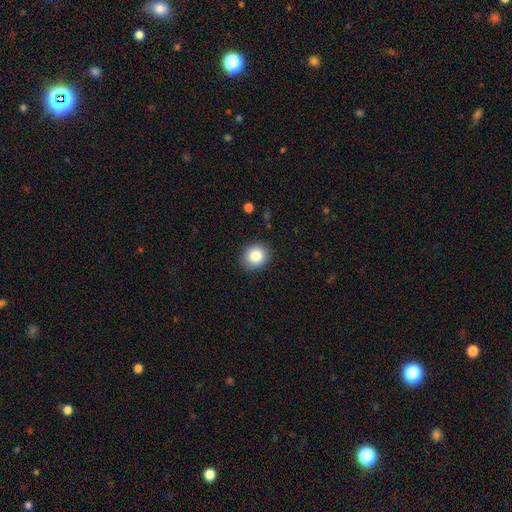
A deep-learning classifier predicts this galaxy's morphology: smooth 84%, star or artifact 9%, featured or disk 6%. Down the decision tree: how rounded — round (78%); merging — none (89%).